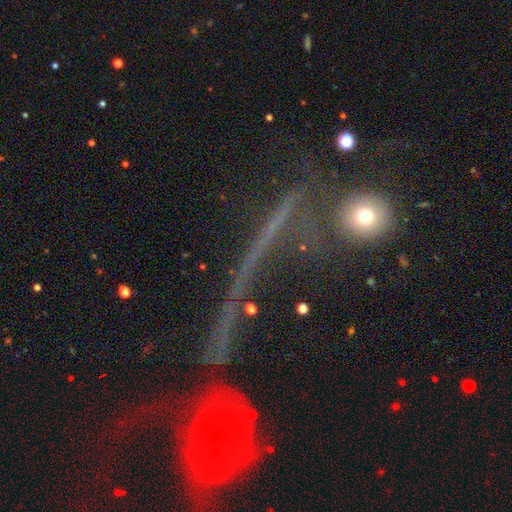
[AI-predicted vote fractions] Morphology: type=featured or disk (40%); merging=none (68%).